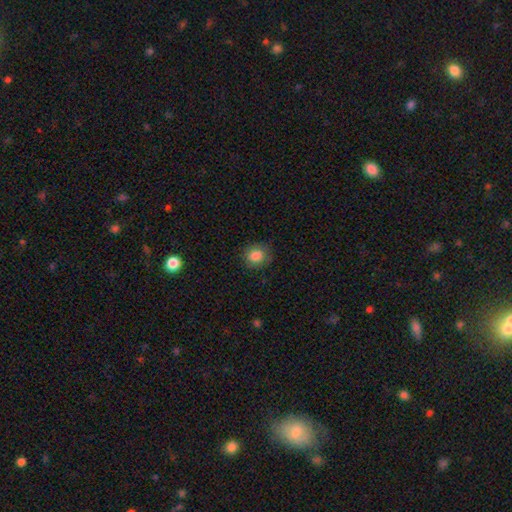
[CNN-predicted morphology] The model was most divided on "how rounded": round: 71%, in between: 28%, cigar-shaped: 1%. More confident: smooth or featured — smooth (85%); merging — none (80%).